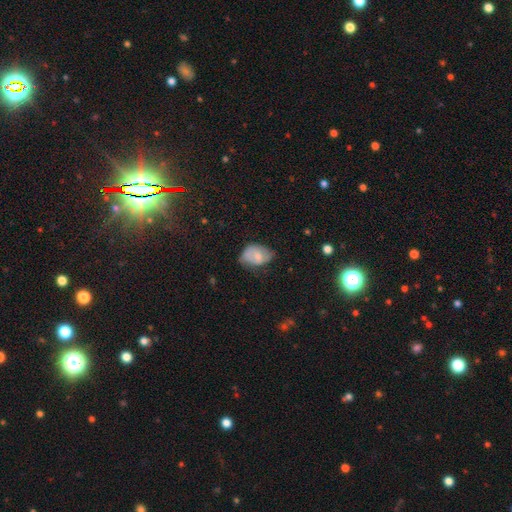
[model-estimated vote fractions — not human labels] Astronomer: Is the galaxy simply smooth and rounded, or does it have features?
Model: smooth — 65%.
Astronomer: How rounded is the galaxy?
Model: in between — 82%.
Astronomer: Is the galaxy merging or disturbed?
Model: none — 49% (runner-up: minor disturbance, 38%).